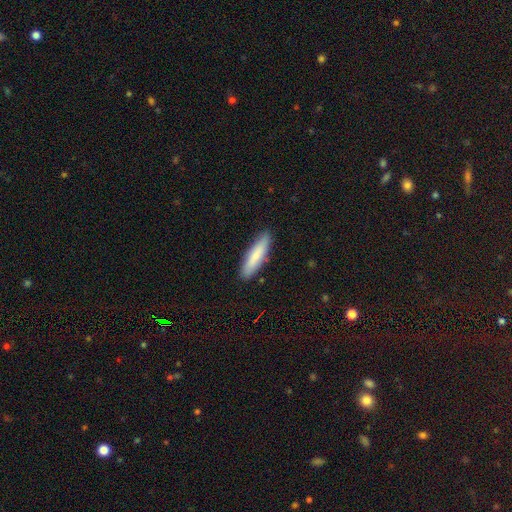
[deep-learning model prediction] Q: Smooth or featured?
A: smooth (78%); runner-up: featured or disk (16%)
Q: How rounded?
A: cigar-shaped (77%); runner-up: in between (22%)
Q: Merging?
A: none (88%); runner-up: minor disturbance (9%)